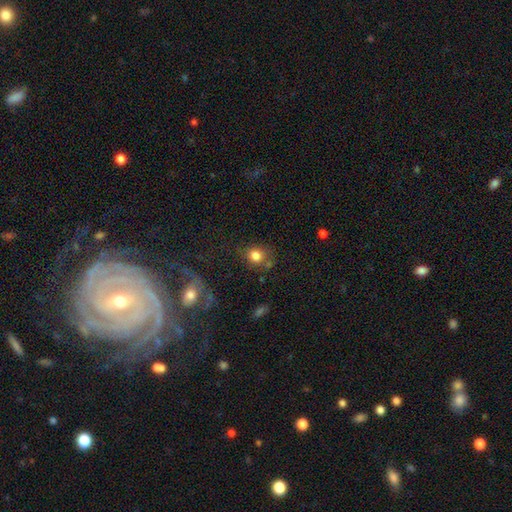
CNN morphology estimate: This is clearly a smooth galaxy (82%). How rounded: likely round (77%). Merging: likely none (68%).